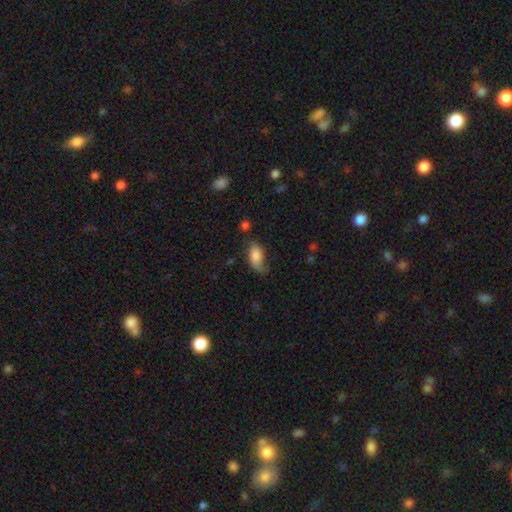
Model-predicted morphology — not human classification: The model was most divided on "merging": none: 44%, minor disturbance: 35%, major disturbance: 17%, merger: 3%. More confident: how rounded — in between (90%); smooth or featured — smooth (73%).